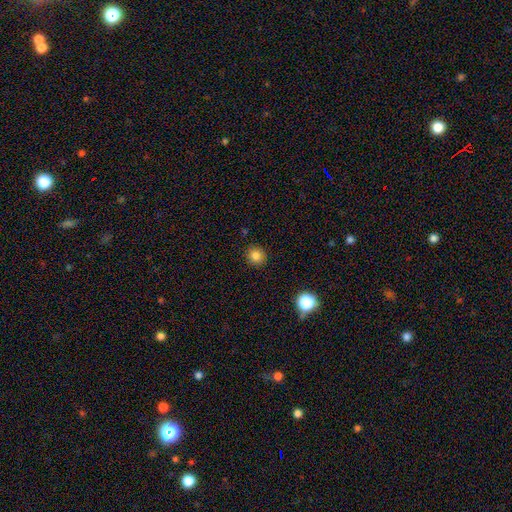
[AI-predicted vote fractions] Smooth or featured? smooth (83%)
How rounded? round (88%)
Merging? none (90%)